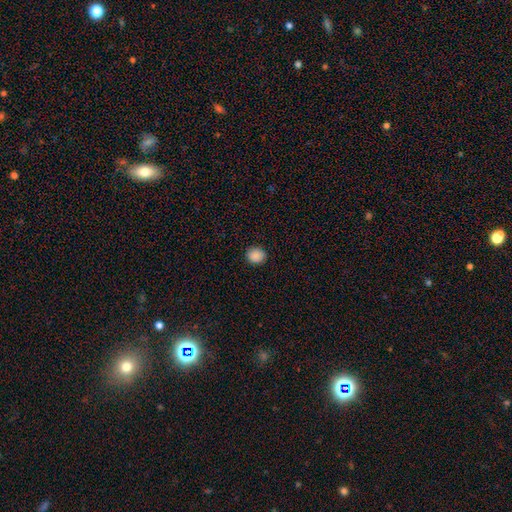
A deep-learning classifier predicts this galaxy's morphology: A smooth galaxy with no disk features (89%) that is round (72%). Merging: none (90%).